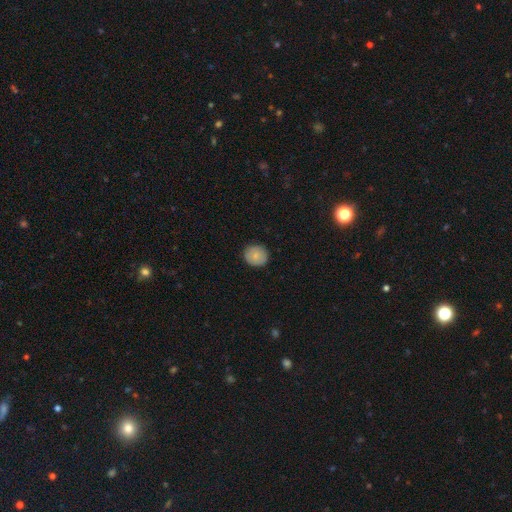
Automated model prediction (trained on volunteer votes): This is clearly a smooth galaxy (82%). How rounded: clearly round (89%). Merging: clearly none (89%).